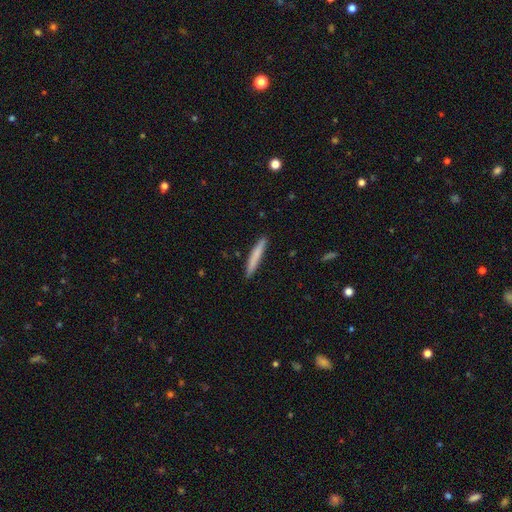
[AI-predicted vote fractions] The model was most divided on "smooth or featured": smooth: 75%, featured or disk: 19%, star or artifact: 6%. More confident: how rounded — cigar-shaped (96%); merging — none (90%).